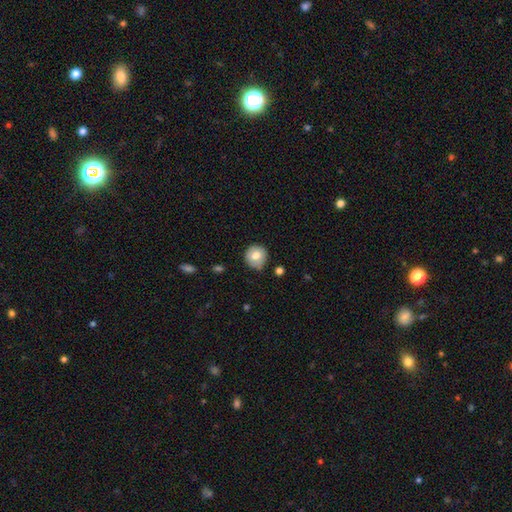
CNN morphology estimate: Smooth or featured? Predicted: smooth (p=0.76). How rounded? Predicted: round (p=0.90). Merging? Predicted: none (p=0.78).